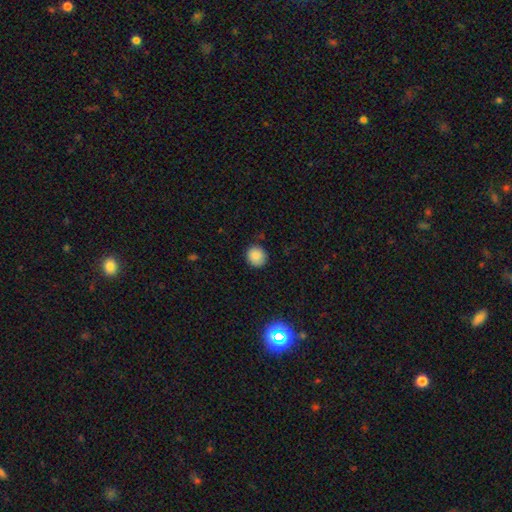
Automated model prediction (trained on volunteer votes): The model was most divided on "merging": none: 85%, minor disturbance: 11%, major disturbance: 3%, merger: 1%. More confident: how rounded — round (88%); smooth or featured — smooth (86%).